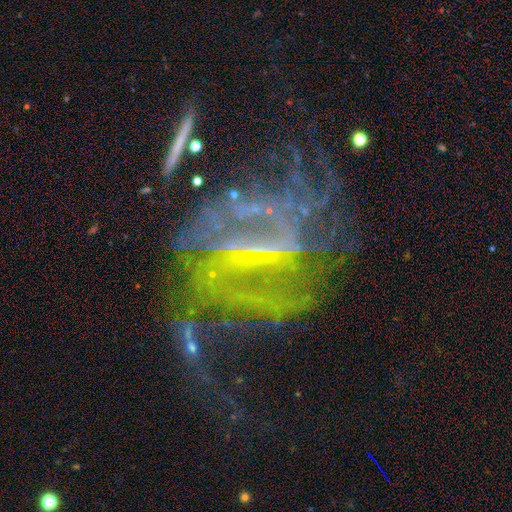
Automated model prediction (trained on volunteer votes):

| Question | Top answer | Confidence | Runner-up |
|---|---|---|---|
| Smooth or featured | featured or disk | 79% | star or artifact (14%) |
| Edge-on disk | no | 96% | yes (4%) |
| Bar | weak | 40% | strong (39%) |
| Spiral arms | yes | 77% | no (23%) |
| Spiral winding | medium | 39% | loose (35%) |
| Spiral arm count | can't tell | 37% | 2 (32%) |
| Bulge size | small | 66% | none (18%) |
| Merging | major disturbance | 41% | none (36%) |